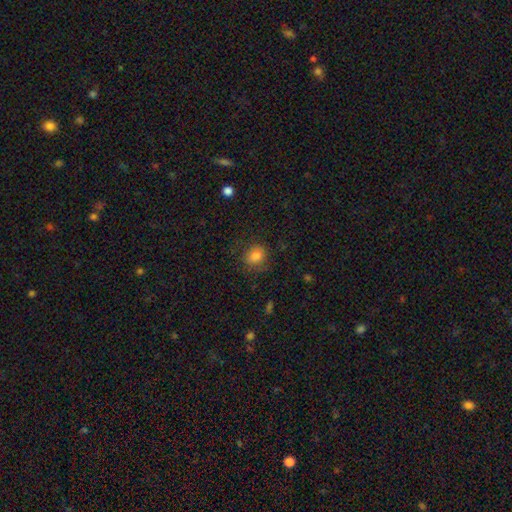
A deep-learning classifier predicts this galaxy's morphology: Q: Smooth or featured?
A: smooth (82%); runner-up: star or artifact (11%)
Q: How rounded?
A: round (60%); runner-up: in between (39%)
Q: Merging?
A: none (77%); runner-up: minor disturbance (16%)